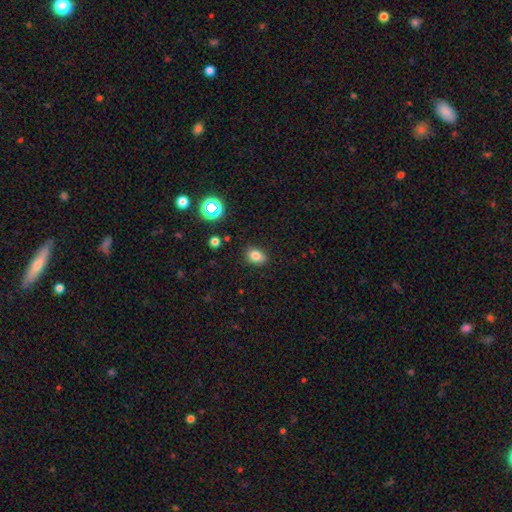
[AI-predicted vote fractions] smooth_or_featured: smooth (p=0.80) [alt: star or artifact p=0.13]
how_rounded: in between (p=0.73) [alt: round p=0.26]
merging: none (p=0.85) [alt: minor disturbance p=0.11]